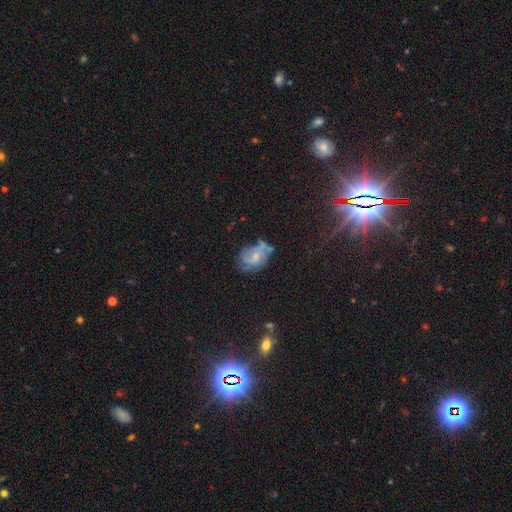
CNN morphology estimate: type=featured or disk (54%); edge-on=no (97%); bar=no (59%); spiral arms=yes (72%); bulge=small (49%); merging=none (49%).